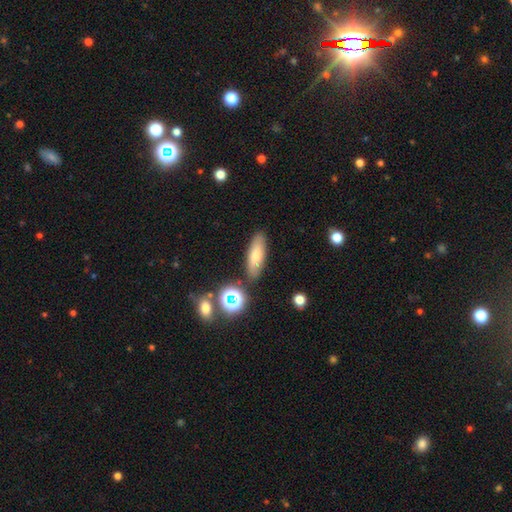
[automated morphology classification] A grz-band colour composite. It shows a smooth galaxy with no disk features (73%) that is in between round and cigar-shaped (56%). Merging: none (80%).